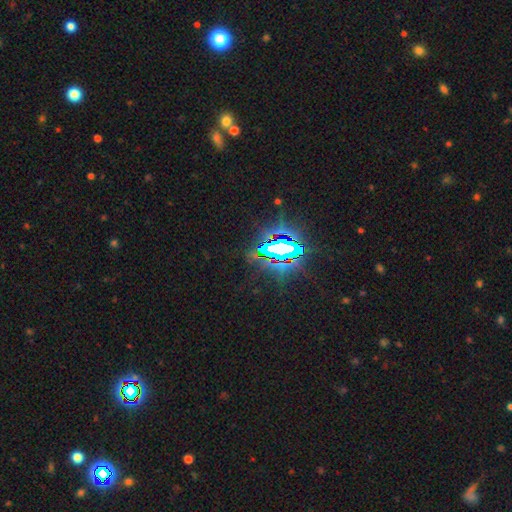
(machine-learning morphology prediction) smooth_or_featured: star or artifact (p=0.80) [alt: featured or disk p=0.10]